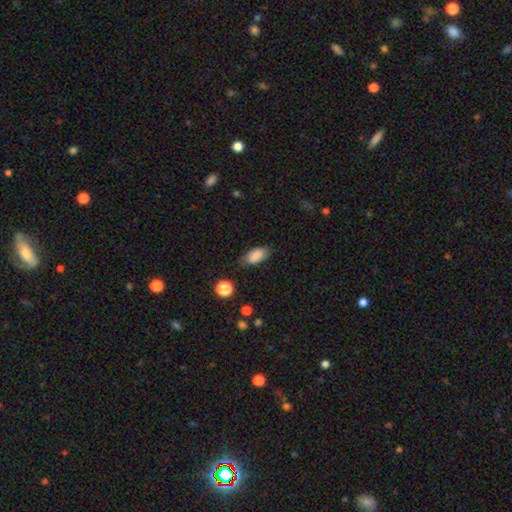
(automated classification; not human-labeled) smooth 86%, star or artifact 8%, featured or disk 6%. Down the decision tree: how rounded — in between (90%); merging — none (79%).